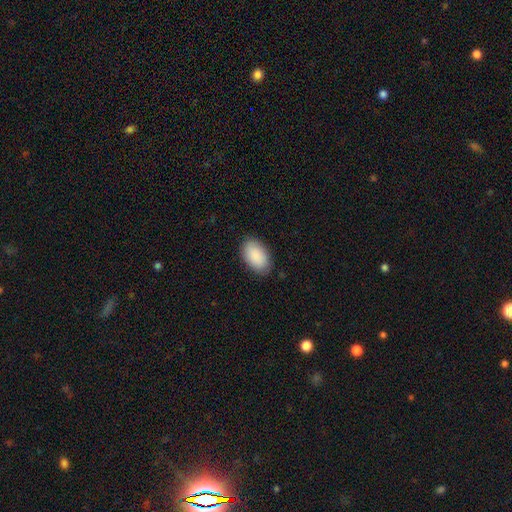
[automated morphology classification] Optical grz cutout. It shows a smooth galaxy with no disk features (90%) that is in between round and cigar-shaped (94%). Merging: none (85%).